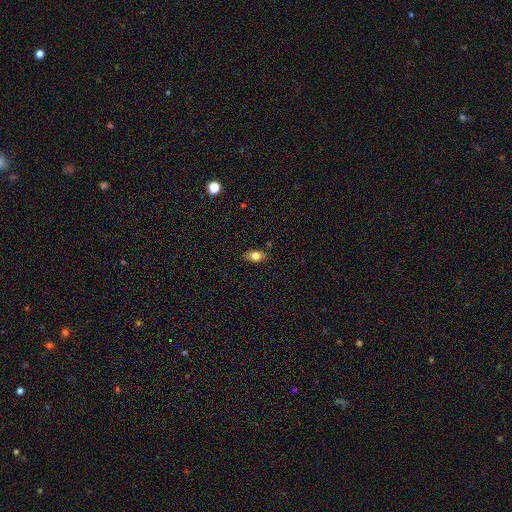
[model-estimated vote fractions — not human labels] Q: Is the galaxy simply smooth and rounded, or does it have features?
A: smooth — 79%.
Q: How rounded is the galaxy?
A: in between — 83%.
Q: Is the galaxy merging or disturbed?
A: none — 79%.